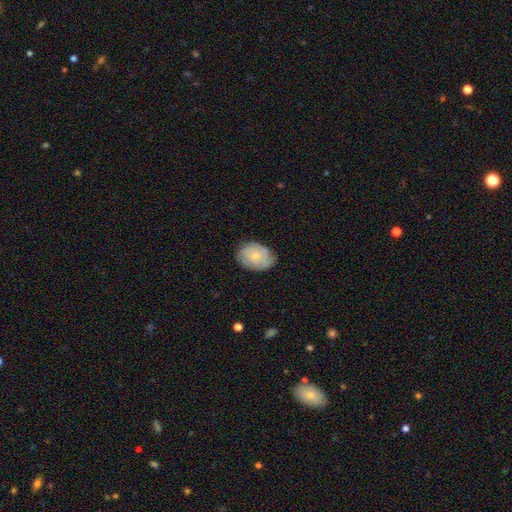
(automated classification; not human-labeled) Morphology: type=featured or disk (49%); merging=none (71%).